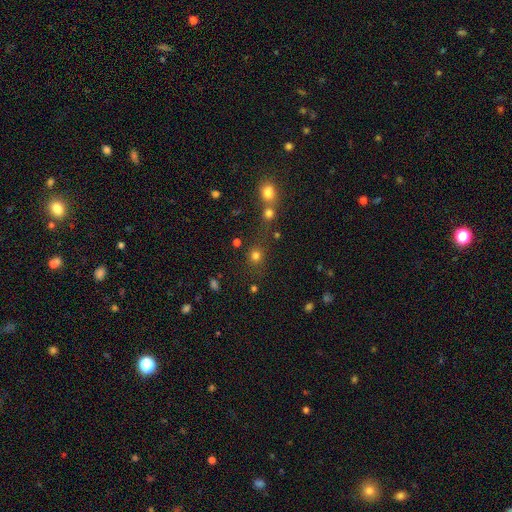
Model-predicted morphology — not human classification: This is likely a smooth galaxy (75%). How rounded: clearly round (88%). Merging: likely none (69%).